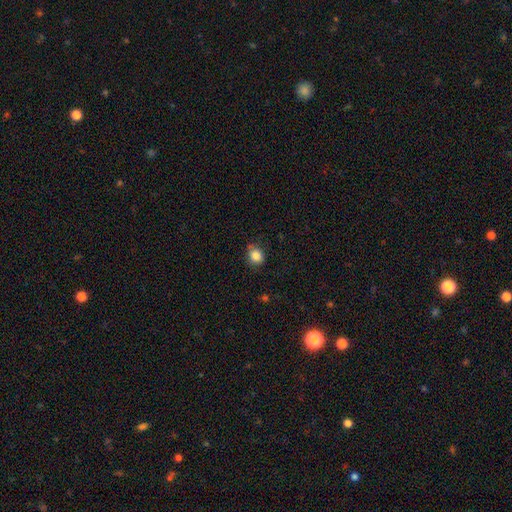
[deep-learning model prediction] smooth-or-featured: smooth: 85% | star or artifact: 10% | featured or disk: 5%
  how-rounded: round: 70% | in between: 29% | cigar-shaped: 1%
  merging: none: 73% | minor disturbance: 21% | major disturbance: 4% | merger: 2%